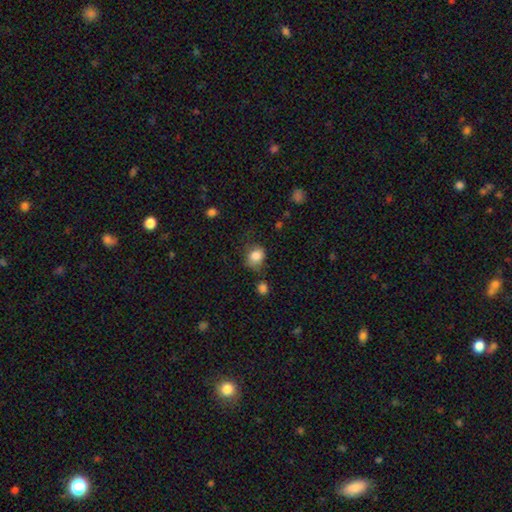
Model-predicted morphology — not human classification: Smooth or featured: smooth — 84% (star or artifact — 10%)
How rounded: round — 61% (in between — 38%)
Merging: none — 57% (minor disturbance — 28%)